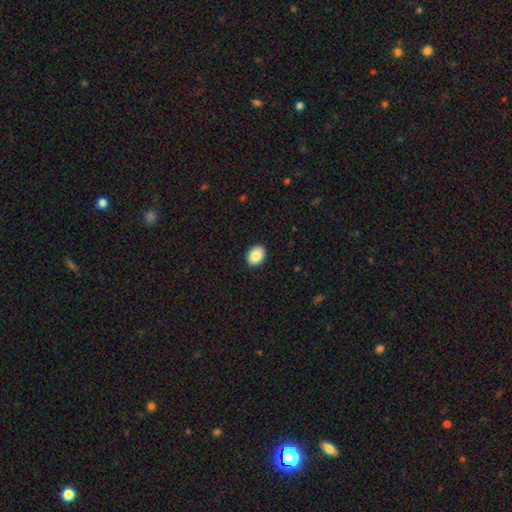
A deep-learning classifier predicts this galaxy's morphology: smooth 87%, star or artifact 8%, featured or disk 5%. Down the decision tree: how rounded — in between (69%); merging — none (91%).